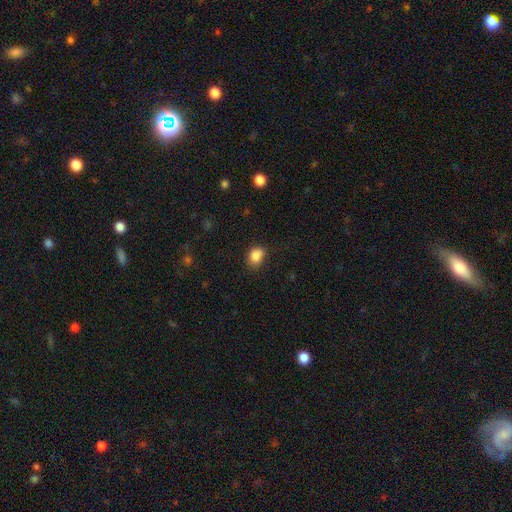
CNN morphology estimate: Smooth or featured? Predicted: smooth (p=0.85). How rounded? Predicted: in between (p=0.52). Merging? Predicted: none (p=0.64).